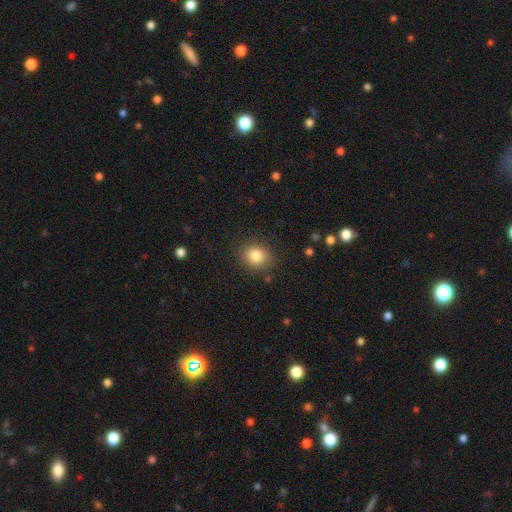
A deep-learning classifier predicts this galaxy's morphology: Overall: smooth (84%). How rounded: round (78%). Merging: none (86%).